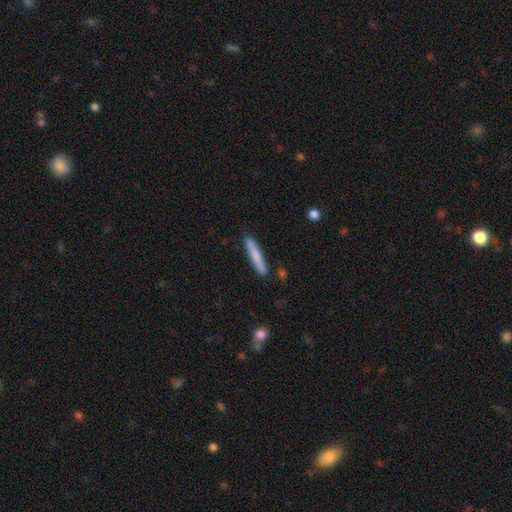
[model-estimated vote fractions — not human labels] smooth 77%, featured or disk 17%, star or artifact 6%. Down the decision tree: how rounded — cigar-shaped (93%); merging — none (87%).